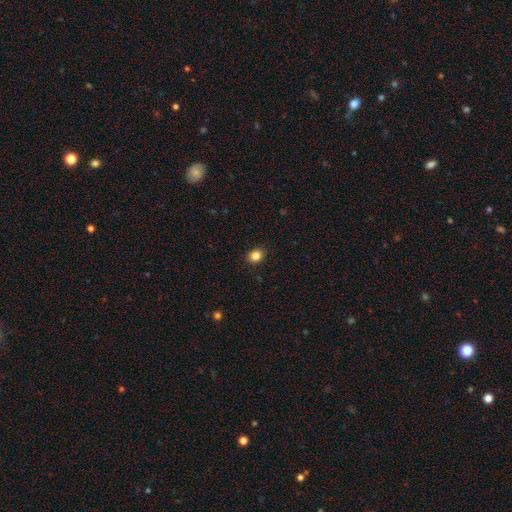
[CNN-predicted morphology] Smooth or featured? Predicted: smooth (p=0.84). How rounded? Predicted: round (p=0.66). Merging? Predicted: none (p=0.91).